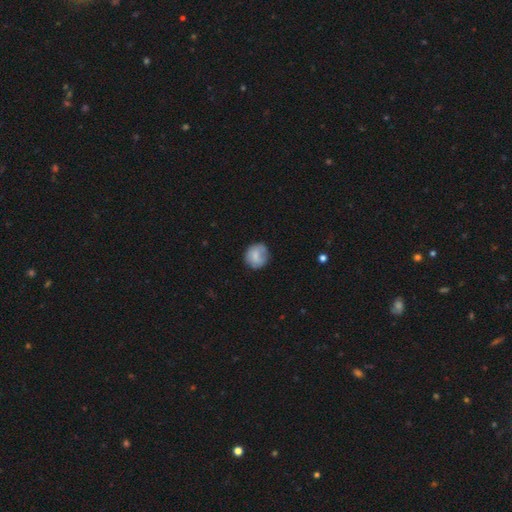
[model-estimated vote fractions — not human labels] This appears to be a smooth galaxy with no disk features (72%) that is round (81%). Merging: none (71%).